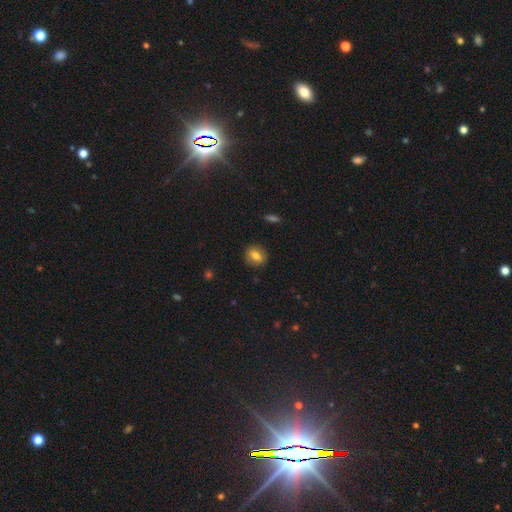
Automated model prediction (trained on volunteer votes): Smooth or featured: smooth — 72% (featured or disk — 18%)
How rounded: round — 67% (in between — 32%)
Merging: none — 87% (minor disturbance — 9%)